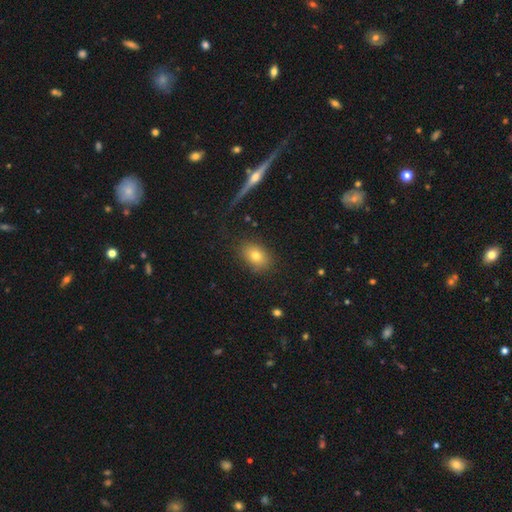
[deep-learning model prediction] Overall: smooth (75%). How rounded: in between (76%). Merging: none (83%).